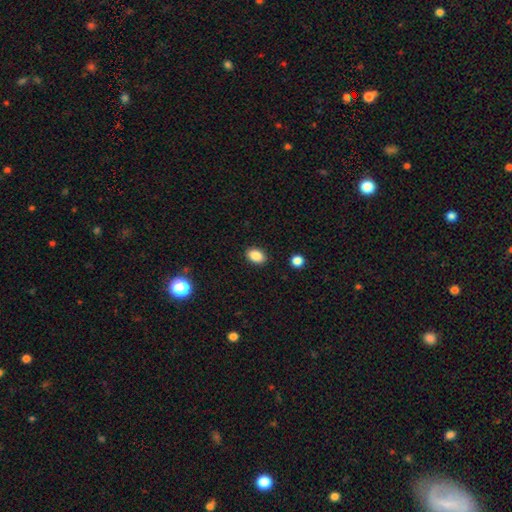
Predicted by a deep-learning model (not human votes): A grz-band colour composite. It shows a smooth galaxy with no disk features (87%) that is in between round and cigar-shaped (82%). Merging: none (89%).